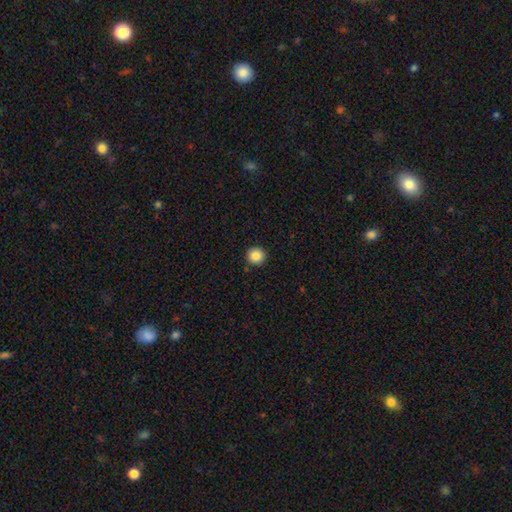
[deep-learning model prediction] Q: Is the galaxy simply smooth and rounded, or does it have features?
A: smooth — 86%.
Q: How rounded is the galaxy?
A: round — 94%.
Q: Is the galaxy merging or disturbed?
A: none — 92%.